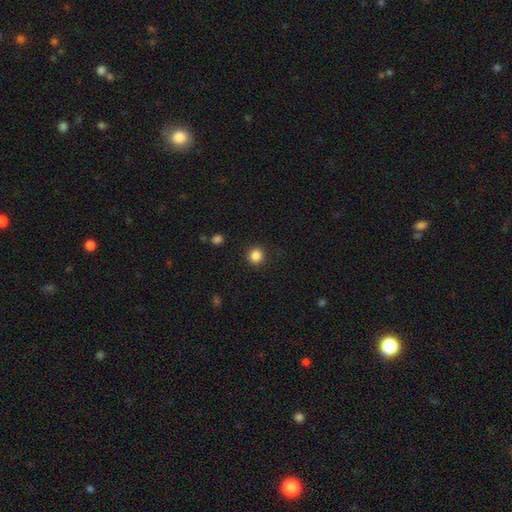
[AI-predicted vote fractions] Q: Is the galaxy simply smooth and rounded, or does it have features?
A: smooth — 85%.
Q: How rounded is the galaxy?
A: round — 92%.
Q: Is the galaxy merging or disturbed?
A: none — 90%.